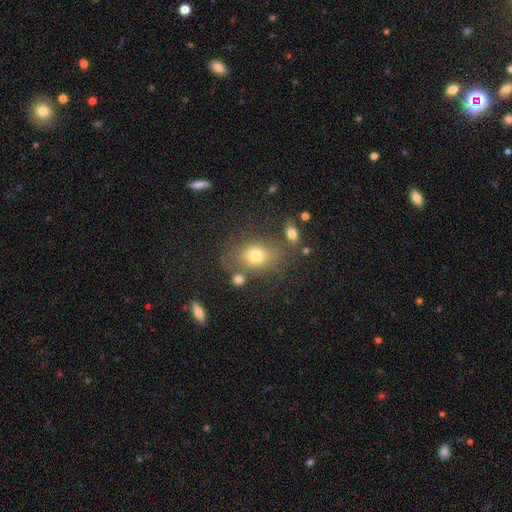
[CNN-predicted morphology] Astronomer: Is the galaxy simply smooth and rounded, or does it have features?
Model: smooth — 74%.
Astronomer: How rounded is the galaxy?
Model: in between — 58% (runner-up: round, 40%).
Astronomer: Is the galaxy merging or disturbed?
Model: none — 66%.